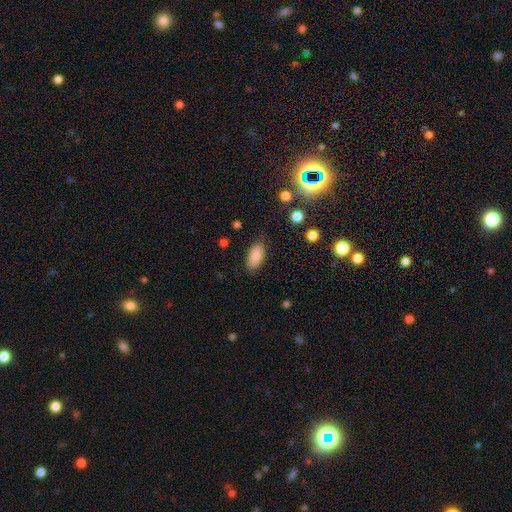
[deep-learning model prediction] smooth_or_featured: smooth (p=0.87) [alt: star or artifact p=0.08]
how_rounded: in between (p=0.90) [alt: cigar-shaped p=0.07]
merging: none (p=0.83) [alt: minor disturbance p=0.13]